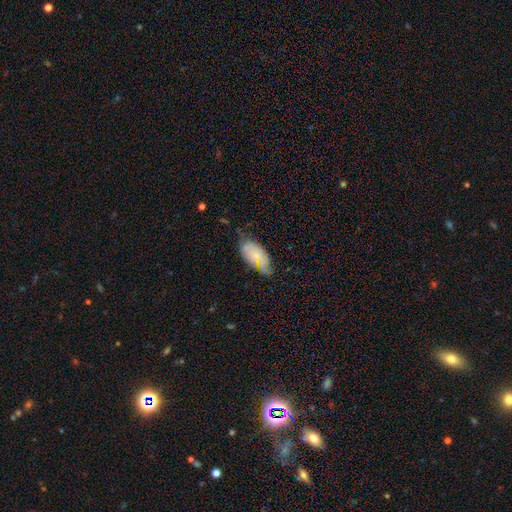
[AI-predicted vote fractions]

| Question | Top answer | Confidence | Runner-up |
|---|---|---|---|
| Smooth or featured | smooth | 63% | featured or disk (29%) |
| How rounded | in between | 92% | cigar-shaped (5%) |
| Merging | none | 48% | minor disturbance (39%) |